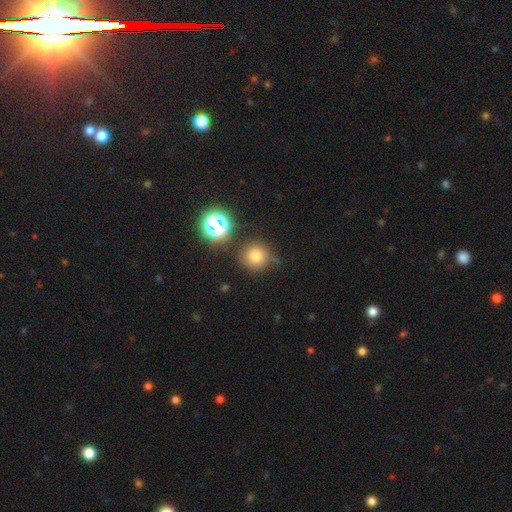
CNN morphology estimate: A smooth galaxy with no disk features (72%) that is round (94%). Merging: none (77%).